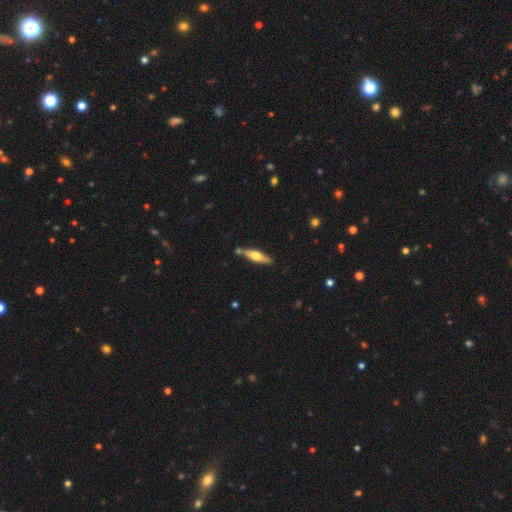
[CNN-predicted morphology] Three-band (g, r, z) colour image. It shows a featured or disk galaxy (48%). Merging: none (77%).